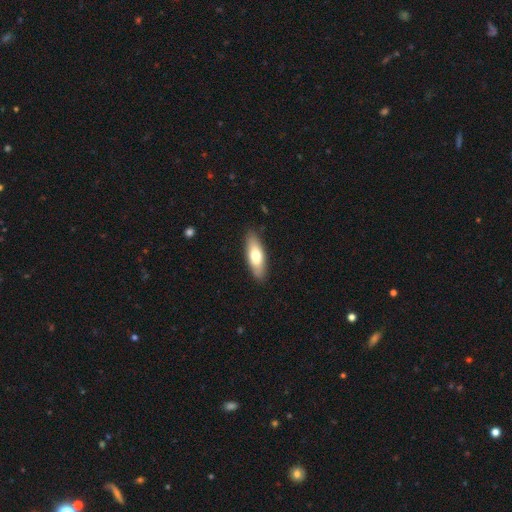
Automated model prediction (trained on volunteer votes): Smooth or featured: smooth — 67% (featured or disk — 27%)
How rounded: in between — 61% (cigar-shaped — 36%)
Merging: none — 86% (minor disturbance — 10%)